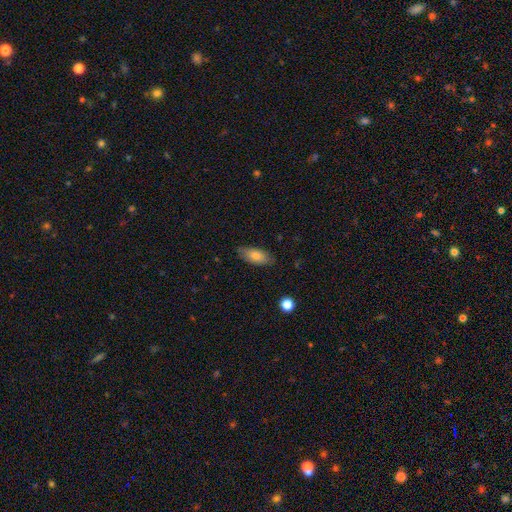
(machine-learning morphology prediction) This appears to be a smooth galaxy with no disk features (78%) that is in between round and cigar-shaped (85%). Merging: none (82%).